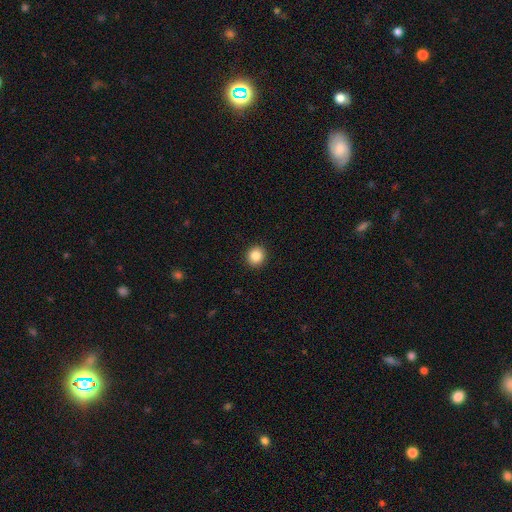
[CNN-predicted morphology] smooth_or_featured: smooth (p=0.87) [alt: star or artifact p=0.09]
how_rounded: round (p=0.88) [alt: in between p=0.11]
merging: none (p=0.93) [alt: minor disturbance p=0.05]